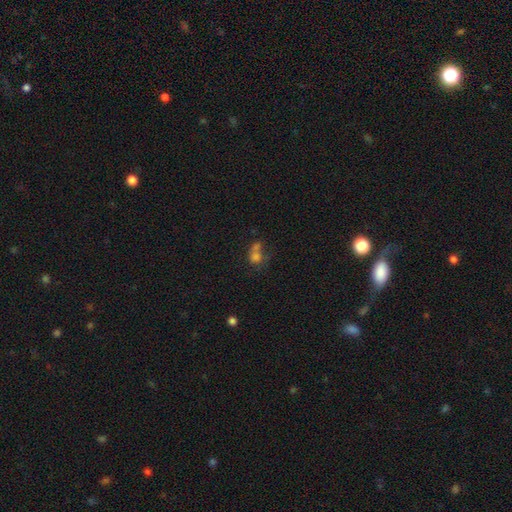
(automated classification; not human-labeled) Smooth or featured? Predicted: smooth (p=0.66). How rounded? Predicted: round (p=0.68). Merging? Predicted: merger (p=0.48).